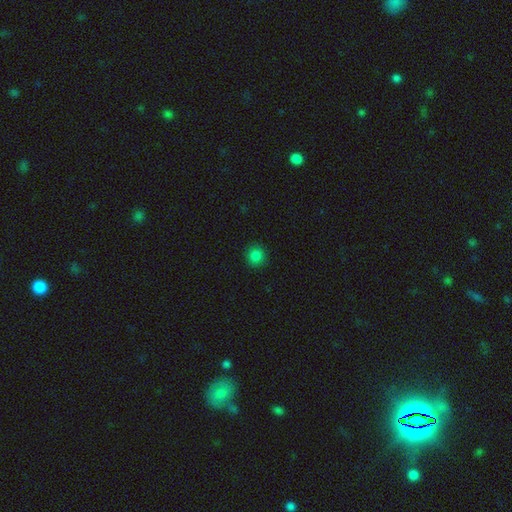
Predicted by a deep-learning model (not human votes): Smooth or featured? Predicted: smooth (p=0.83). How rounded? Predicted: round (p=0.92). Merging? Predicted: none (p=0.91).